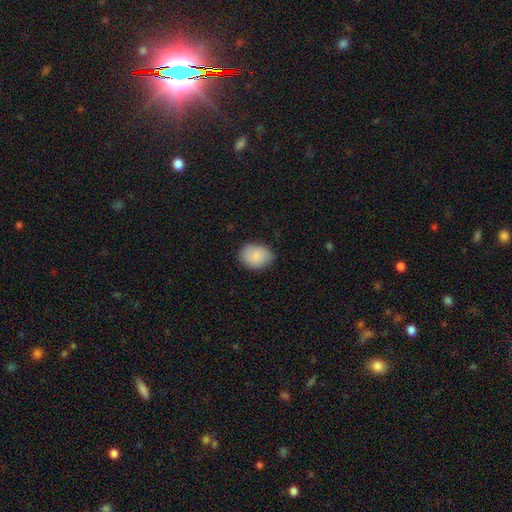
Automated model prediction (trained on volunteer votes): This appears to be a smooth galaxy with no disk features (86%) that is in between round and cigar-shaped (67%). Merging: none (77%).